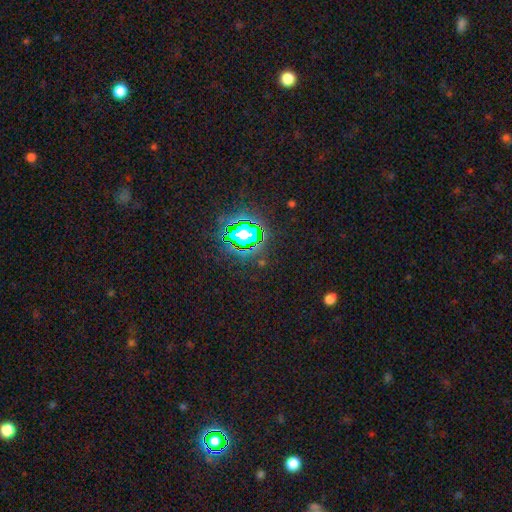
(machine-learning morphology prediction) smooth_or_featured: star or artifact (p=0.82) [alt: smooth p=0.12]